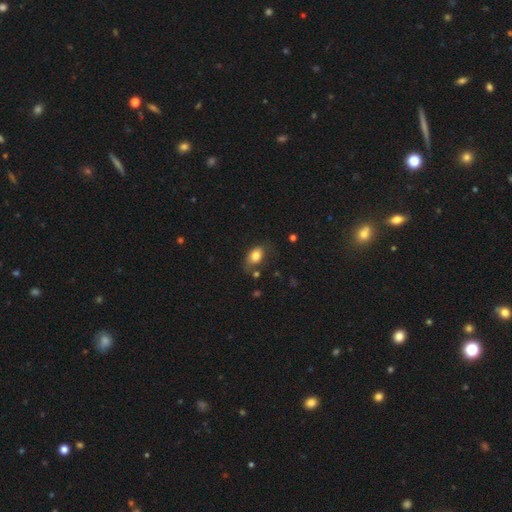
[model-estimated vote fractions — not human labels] smooth 80%, featured or disk 11%, star or artifact 9%. Down the decision tree: how rounded — in between (82%); merging — none (65%).